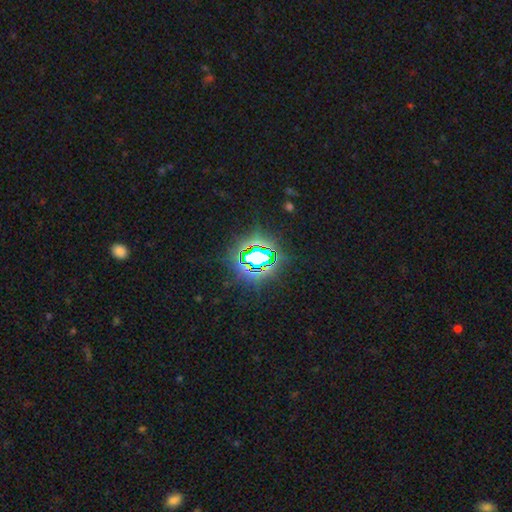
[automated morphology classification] A star or artifact, not a galaxy (77%).

Vote fractions:
- Smooth or featured? star or artifact: 77% / smooth: 14% / featured or disk: 10%